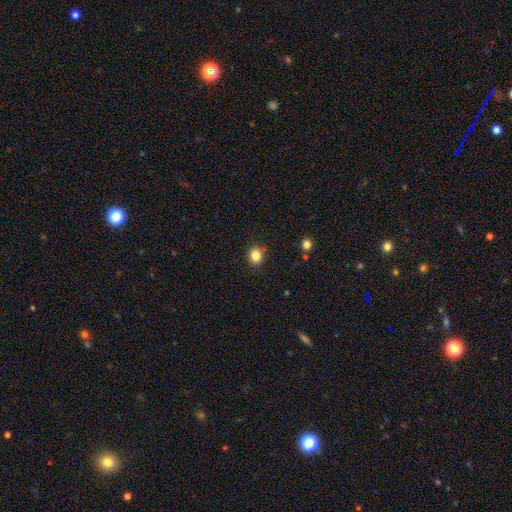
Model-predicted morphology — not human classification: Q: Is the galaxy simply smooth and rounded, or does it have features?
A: smooth — 84%.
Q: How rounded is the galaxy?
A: round — 78%.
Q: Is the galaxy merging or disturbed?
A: none — 87%.